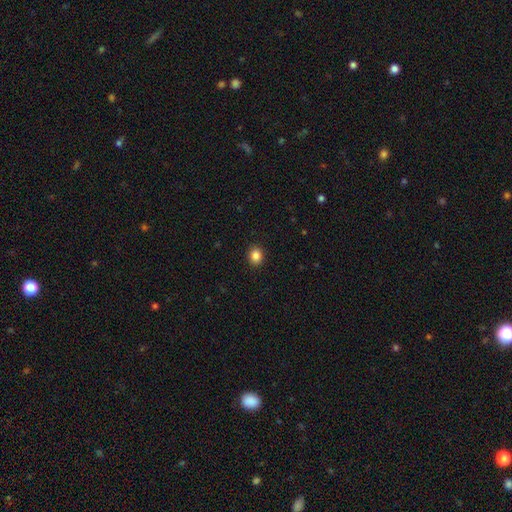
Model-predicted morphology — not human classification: Smooth or featured: smooth — 86% (star or artifact — 10%)
How rounded: round — 67% (in between — 32%)
Merging: none — 92% (minor disturbance — 6%)